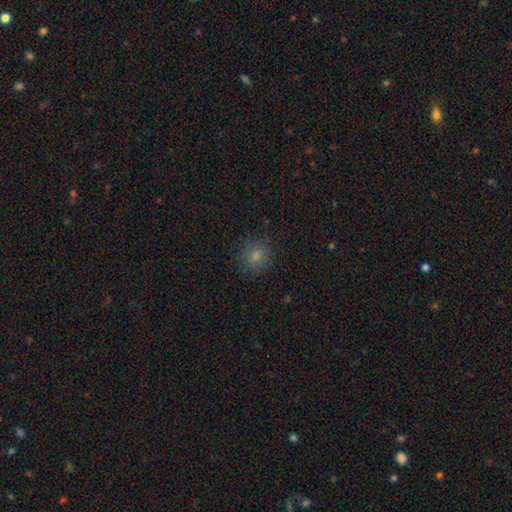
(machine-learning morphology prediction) type=smooth (80%); roundness=round (86%); merging=none (85%).